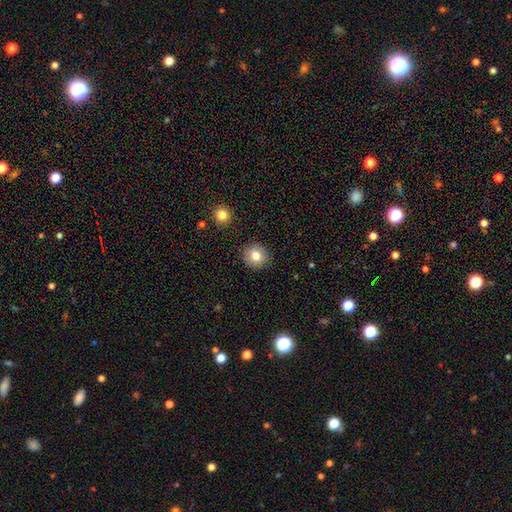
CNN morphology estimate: This appears to be a smooth galaxy with no disk features (81%) that is round (87%). Merging: none (89%).